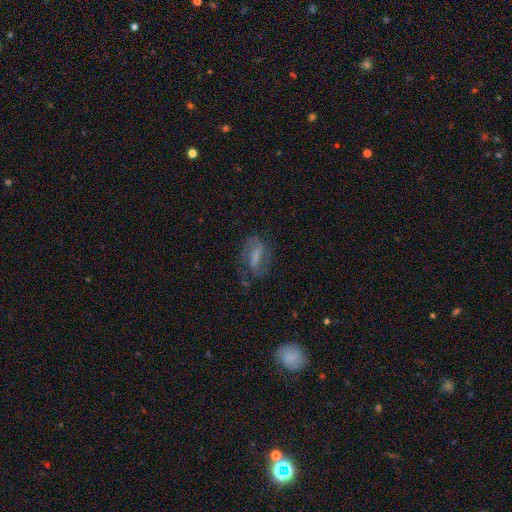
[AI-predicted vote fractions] A featured or disk galaxy (60%) with a strong bar (47%), spiral arms (79%) and no central bulge (44%). Merging: none (61%).